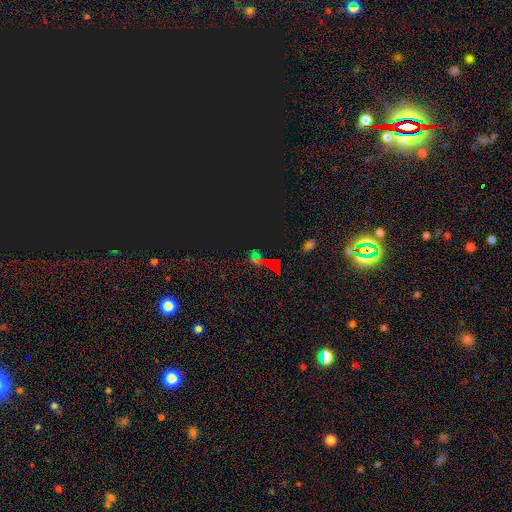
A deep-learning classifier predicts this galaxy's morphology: Smooth or featured? Predicted: star or artifact (p=0.74).